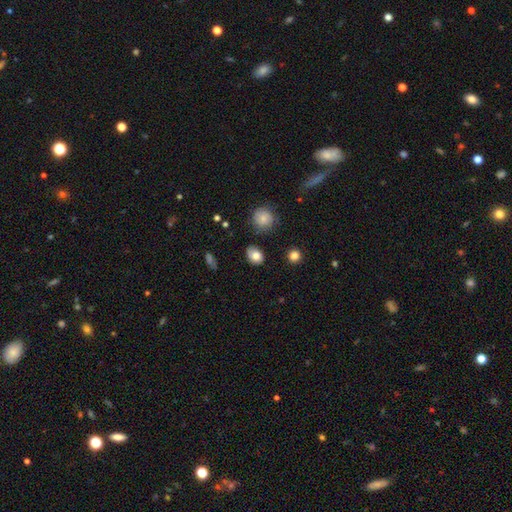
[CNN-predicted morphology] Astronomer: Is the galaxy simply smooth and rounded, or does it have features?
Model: smooth — 76%.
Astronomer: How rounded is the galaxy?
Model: in between — 57% (runner-up: round, 41%).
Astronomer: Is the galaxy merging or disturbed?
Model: none — 73%.